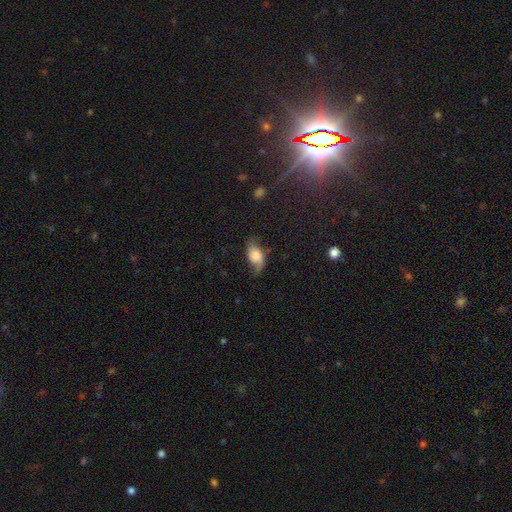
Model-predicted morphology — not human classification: smooth-or-featured: smooth: 57% | featured or disk: 33% | star or artifact: 9%
  how-rounded: in between: 88% | round: 9% | cigar-shaped: 4%
  merging: none: 59% | minor disturbance: 28% | major disturbance: 11% | merger: 2%